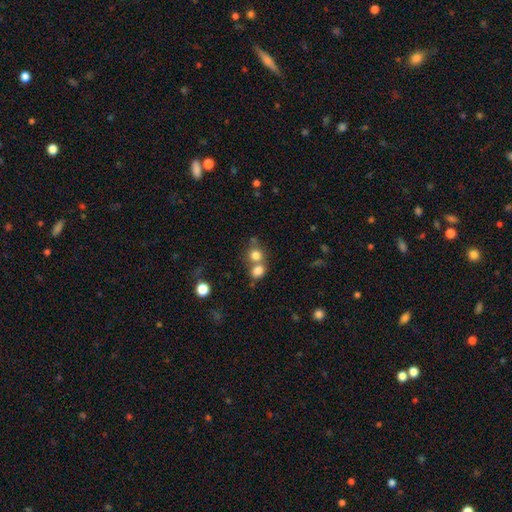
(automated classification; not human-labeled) smooth-or-featured: smooth: 78% | star or artifact: 12% | featured or disk: 10%
  how-rounded: round: 80% | in between: 19% | cigar-shaped: 1%
  merging: merger: 47% | none: 42% | minor disturbance: 7% | major disturbance: 4%